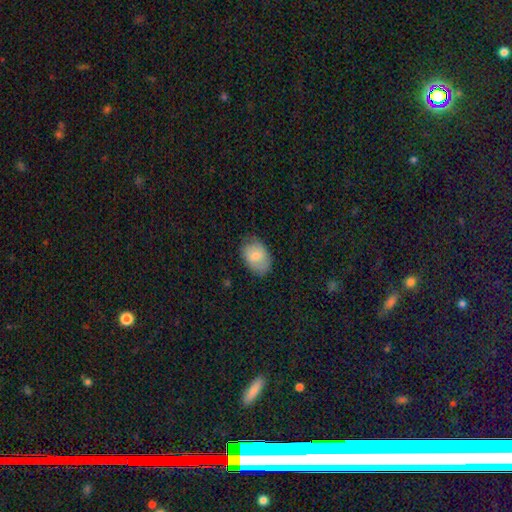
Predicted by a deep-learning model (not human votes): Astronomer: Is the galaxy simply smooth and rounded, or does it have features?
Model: smooth — 78%.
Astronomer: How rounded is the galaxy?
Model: in between — 83%.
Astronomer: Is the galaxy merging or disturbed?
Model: none — 73%.